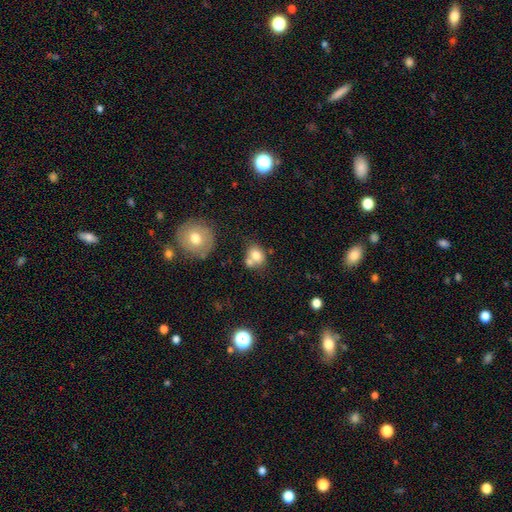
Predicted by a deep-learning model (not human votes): Smooth or featured? Predicted: smooth (p=0.76). How rounded? Predicted: round (p=0.52). Merging? Predicted: none (p=0.41, tied with merger).